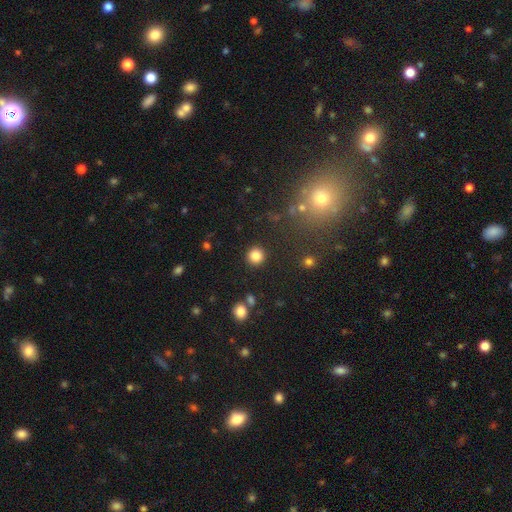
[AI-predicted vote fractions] A smooth galaxy with no disk features (84%) that is round (93%).

Vote fractions:
- Smooth or featured? smooth: 84% / star or artifact: 12% / featured or disk: 5%
- How rounded? round: 93% / in between: 6% / cigar-shaped: 1%
- Merging? none: 90% / minor disturbance: 5% / major disturbance: 2% / merger: 2%